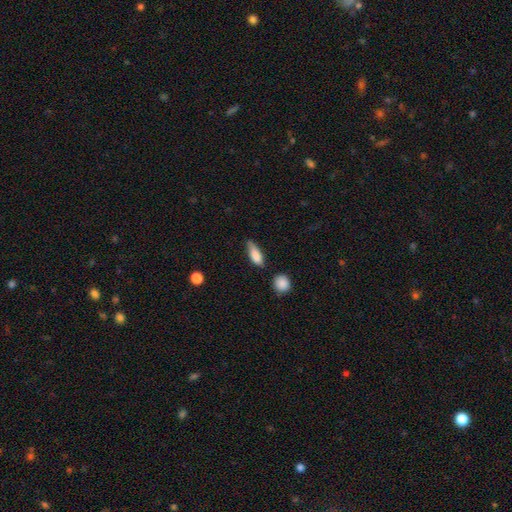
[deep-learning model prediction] Overall: smooth (82%). How rounded: in between (67%; cigar-shaped 29%). Merging: none (50%; minor disturbance 37%).